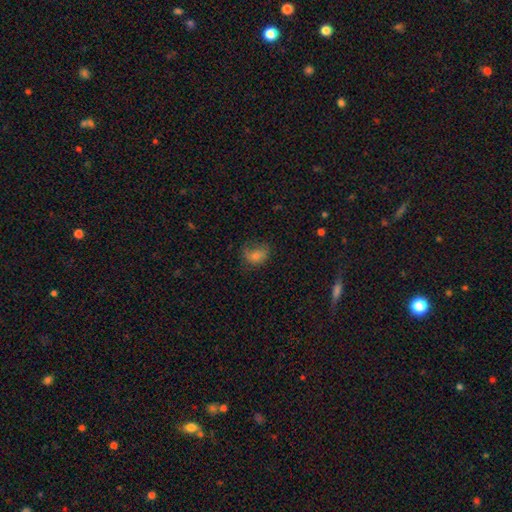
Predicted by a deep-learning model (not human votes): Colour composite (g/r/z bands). It shows a smooth galaxy with no disk features (62%) that is in between round and cigar-shaped (65%). Merging: none (43%).